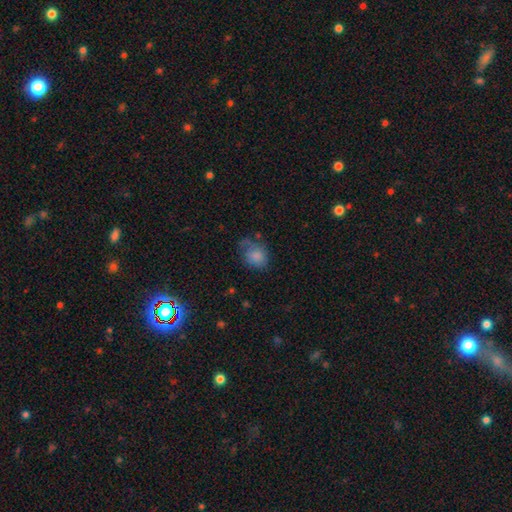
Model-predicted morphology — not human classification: This is likely a smooth galaxy (77%). How rounded: possibly round (51%). Merging: marginally none (42%).